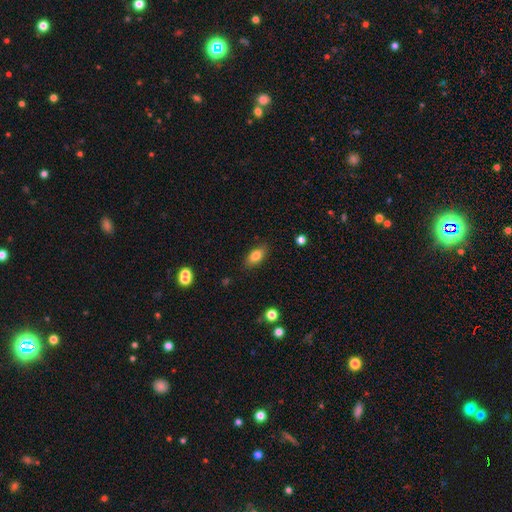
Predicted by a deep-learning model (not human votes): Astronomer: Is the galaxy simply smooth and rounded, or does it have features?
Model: smooth — 82%.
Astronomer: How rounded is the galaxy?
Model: in between — 87%.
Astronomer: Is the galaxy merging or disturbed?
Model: none — 85%.